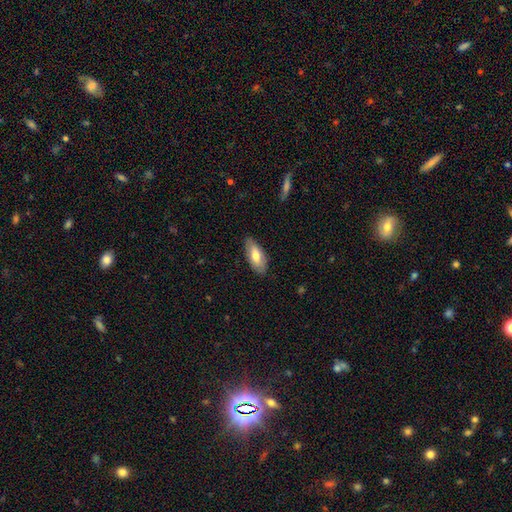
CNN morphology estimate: Overall: smooth (68%). How rounded: in between (86%). Merging: none (83%).